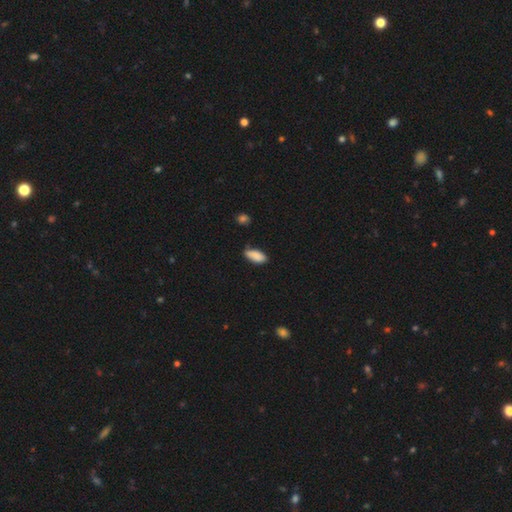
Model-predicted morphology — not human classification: This is clearly a smooth galaxy (88%). How rounded: clearly in between (86%). Merging: likely none (73%).